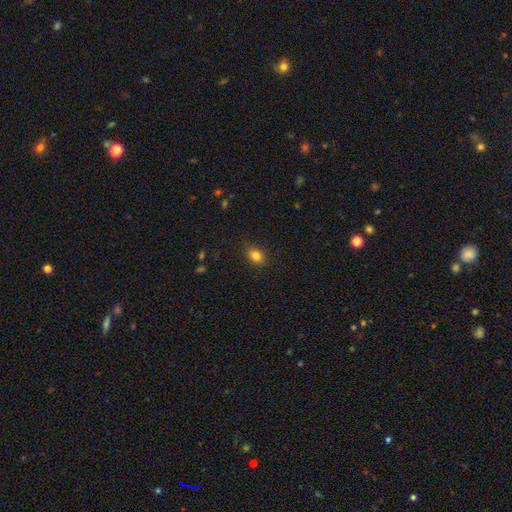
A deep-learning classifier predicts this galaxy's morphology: The model was most divided on "how rounded": in between: 60%, round: 39%, cigar-shaped: 1%. More confident: merging — none (87%); smooth or featured — smooth (83%).